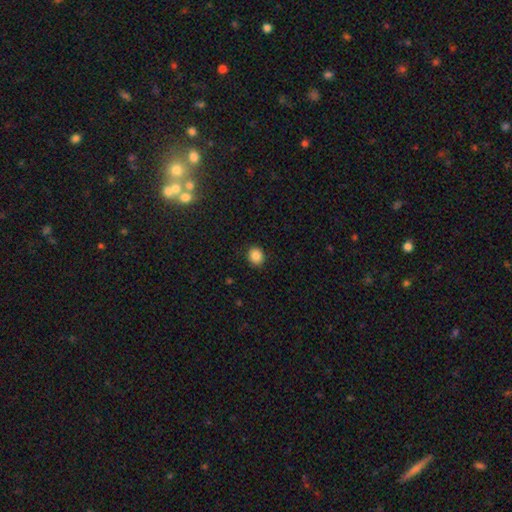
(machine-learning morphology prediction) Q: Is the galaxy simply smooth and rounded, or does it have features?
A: smooth — 87%.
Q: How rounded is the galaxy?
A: round — 74%.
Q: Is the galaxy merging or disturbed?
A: none — 90%.